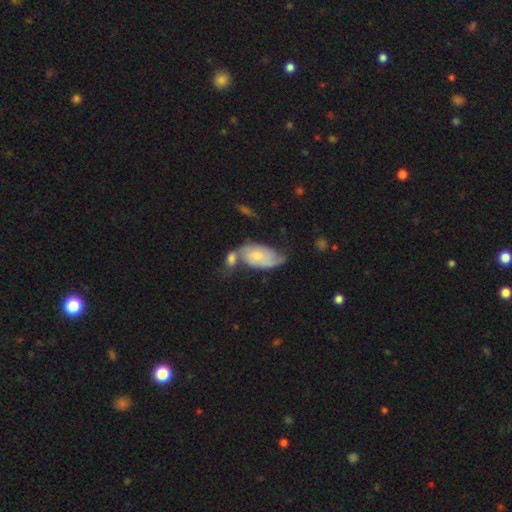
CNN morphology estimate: This is possibly a featured or disk galaxy (50%). It is clearly not viewed edge-on (93%). Merging: marginally merger (40%).